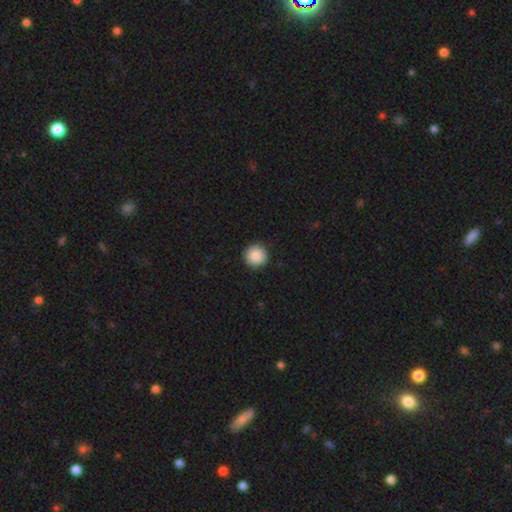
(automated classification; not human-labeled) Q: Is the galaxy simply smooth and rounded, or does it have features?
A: smooth — 88%.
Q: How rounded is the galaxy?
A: round — 95%.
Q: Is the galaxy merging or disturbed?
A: none — 92%.